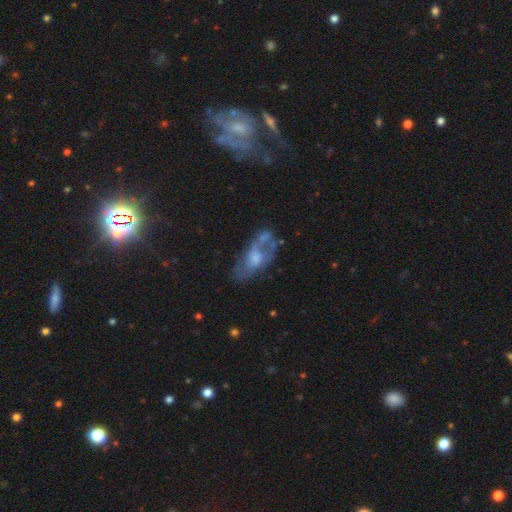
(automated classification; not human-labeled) The model was most divided on "merging": none: 48%, minor disturbance: 23%, major disturbance: 16%, merger: 13%. More confident: edge-on disk — no (84%); smooth or featured — featured or disk (57%).